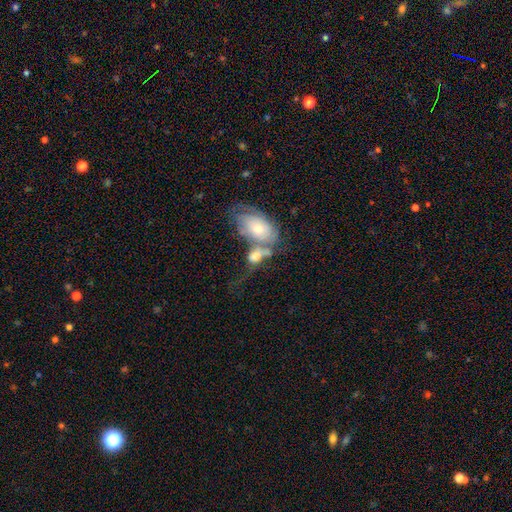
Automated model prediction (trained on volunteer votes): Overall: smooth (49%; featured or disk 43%). Merging: merger (58%).